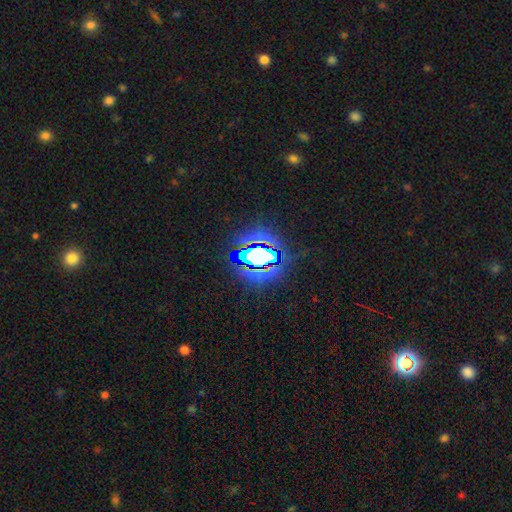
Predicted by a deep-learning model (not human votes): This appears to be a star or artifact, not a galaxy (65%).